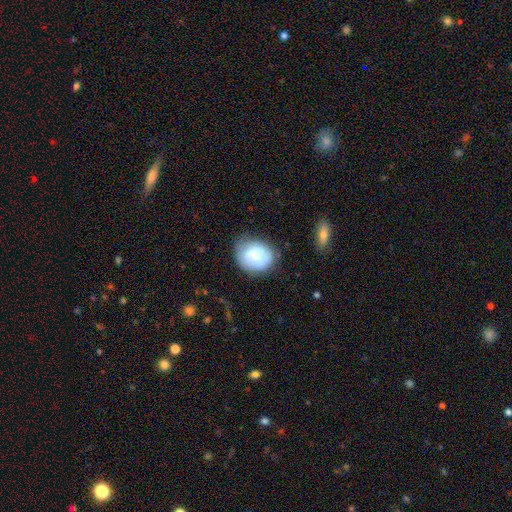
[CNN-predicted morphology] This appears to be a smooth galaxy with no disk features (67%) that is round (59%). Merging: none (64%).